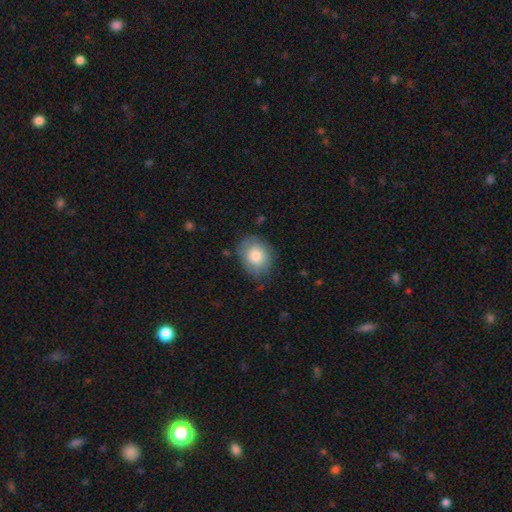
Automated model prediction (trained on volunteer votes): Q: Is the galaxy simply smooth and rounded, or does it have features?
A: smooth — 80%.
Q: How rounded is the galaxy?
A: round — 57%.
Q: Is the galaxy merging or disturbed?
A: none — 71%.